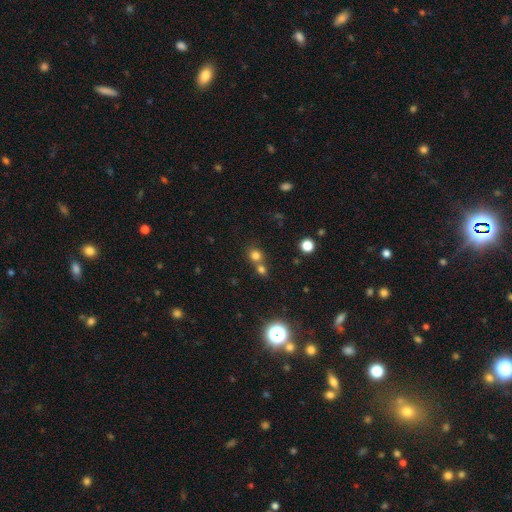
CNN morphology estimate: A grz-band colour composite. It shows a smooth galaxy with no disk features (76%) that is round (84%). Merging: none (48%).